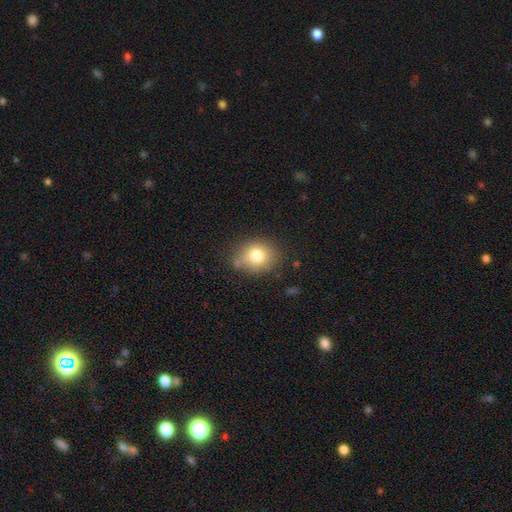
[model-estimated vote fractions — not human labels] This appears to be a smooth galaxy with no disk features (76%) that is round (54%). Merging: none (75%).